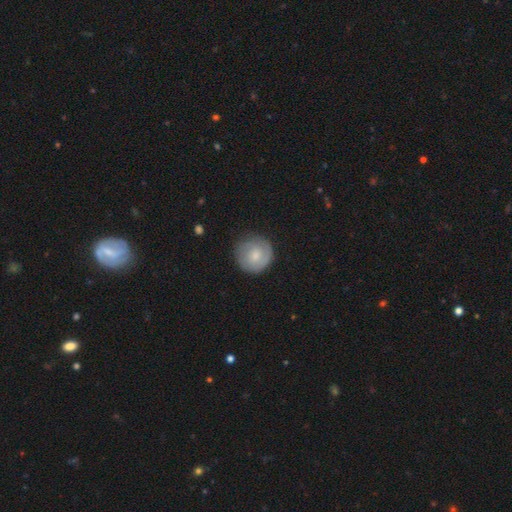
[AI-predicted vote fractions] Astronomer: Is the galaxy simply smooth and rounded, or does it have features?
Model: smooth — 61%.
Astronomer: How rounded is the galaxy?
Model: round — 92%.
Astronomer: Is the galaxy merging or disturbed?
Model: none — 77%.